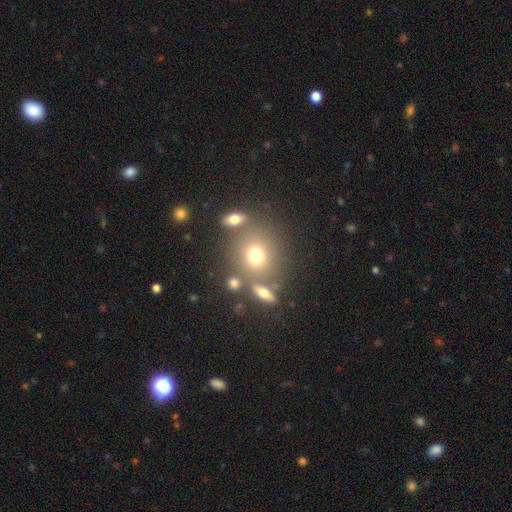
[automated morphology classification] The model was most divided on "merging": none: 65%, merger: 18%, minor disturbance: 12%, major disturbance: 5%. More confident: how rounded — round (77%); smooth or featured — smooth (70%).